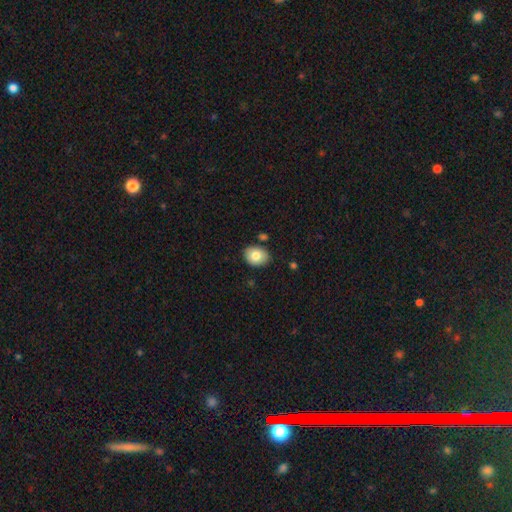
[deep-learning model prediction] This is likely a smooth galaxy (79%). How rounded: possibly in between (57%). Merging: clearly none (82%).